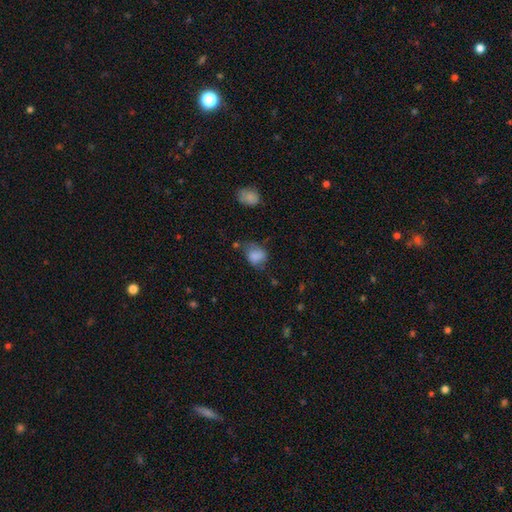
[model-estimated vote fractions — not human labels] A smooth galaxy with no disk features (77%) that is in between round and cigar-shaped (57%). Merging: none (42%).